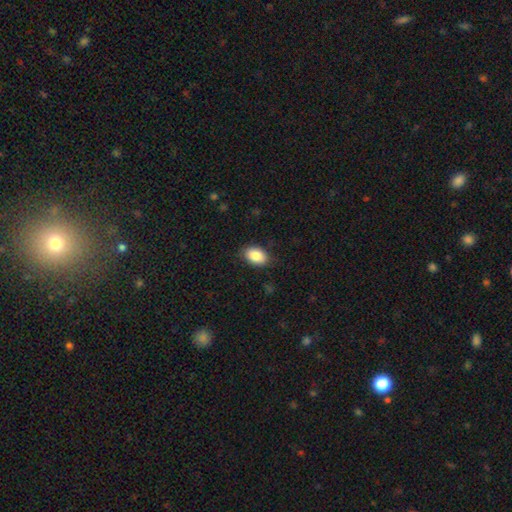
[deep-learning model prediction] This appears to be a smooth galaxy with no disk features (87%) that is in between round and cigar-shaped (89%). Merging: none (85%).